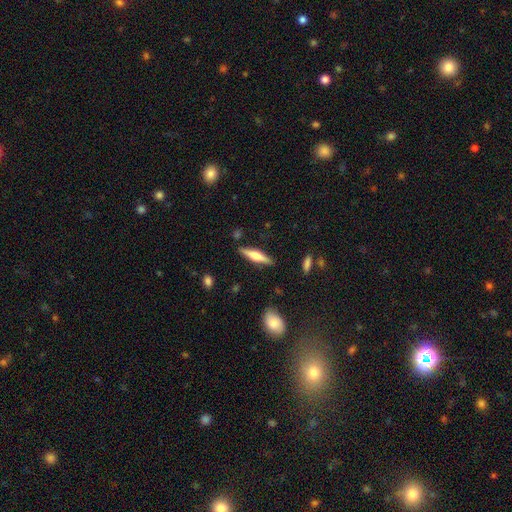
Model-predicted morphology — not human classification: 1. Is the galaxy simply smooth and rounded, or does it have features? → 52% featured or disk, 41% smooth, 6% star or artifact.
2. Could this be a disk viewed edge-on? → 96% yes, 4% no.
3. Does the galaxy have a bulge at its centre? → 80% rounded, 13% boxy, 7% none.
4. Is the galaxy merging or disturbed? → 87% none, 9% minor disturbance, 2% major disturbance, 2% merger.